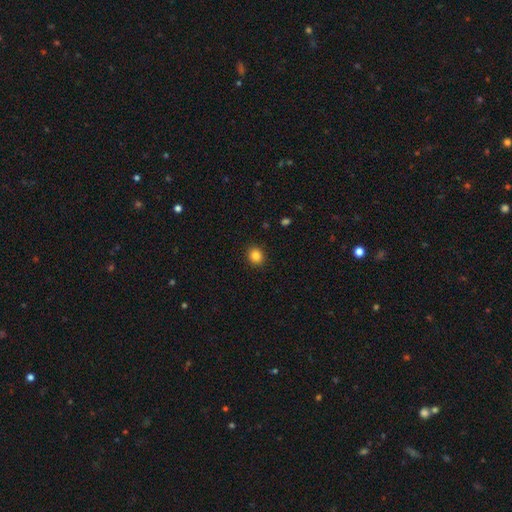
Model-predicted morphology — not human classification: Overall: smooth (84%). How rounded: round (78%). Merging: none (91%).